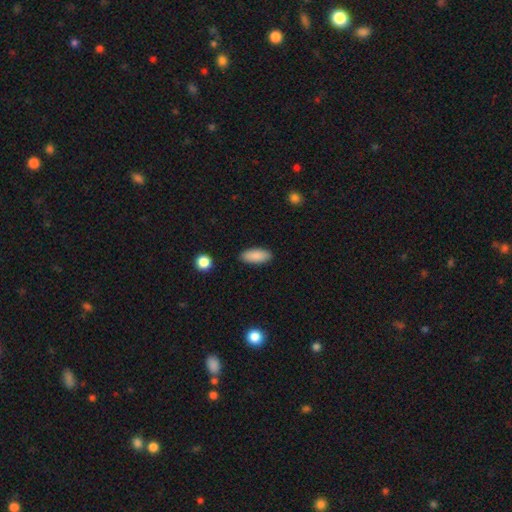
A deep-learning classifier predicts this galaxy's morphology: A smooth galaxy with no disk features (89%) that is in between round and cigar-shaped (84%). Merging: none (88%).